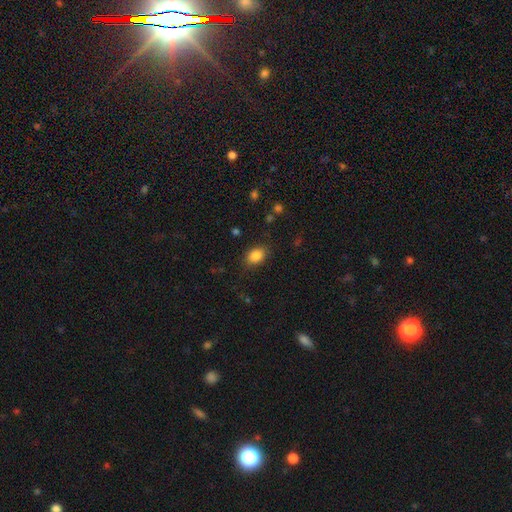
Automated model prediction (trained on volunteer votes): Morphology: type=smooth (86%); roundness=in between (75%); merging=none (83%).